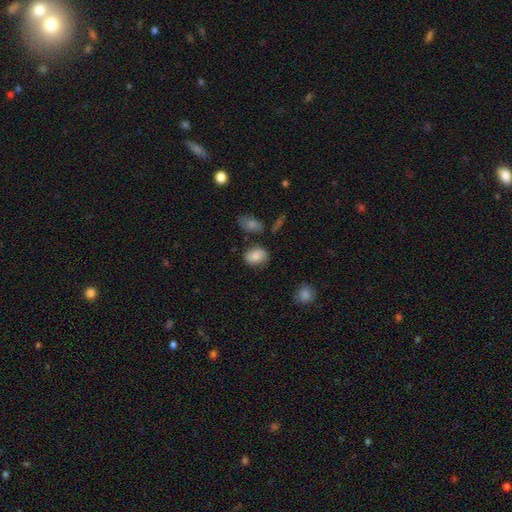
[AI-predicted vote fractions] This appears to be a smooth galaxy with no disk features (78%) that is in between round and cigar-shaped (65%). Merging: none (76%).